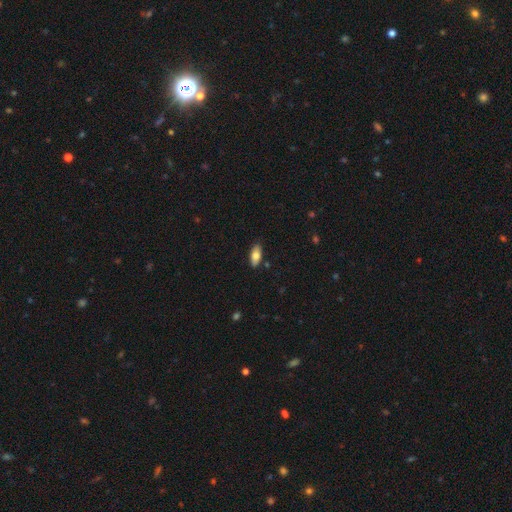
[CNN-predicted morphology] A smooth galaxy with no disk features (77%) that is in between round and cigar-shaped (87%).

Vote fractions:
- Smooth or featured? smooth: 77% / featured or disk: 17% / star or artifact: 7%
- How rounded? in between: 87% / cigar-shaped: 11% / round: 2%
- Merging? none: 86% / minor disturbance: 11% / major disturbance: 2% / merger: 1%